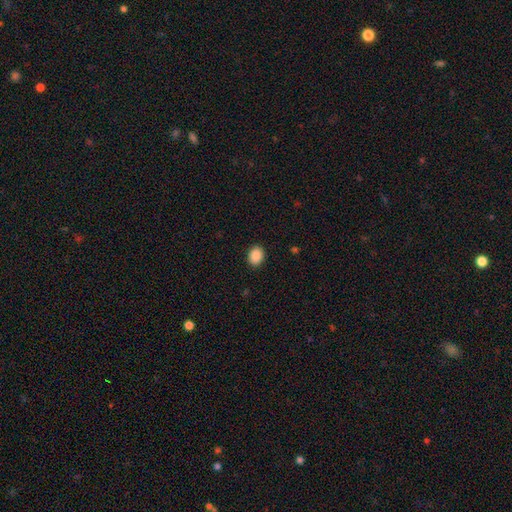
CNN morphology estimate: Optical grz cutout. It shows a smooth galaxy with no disk features (89%) that is in between round and cigar-shaped (59%). Merging: none (91%).